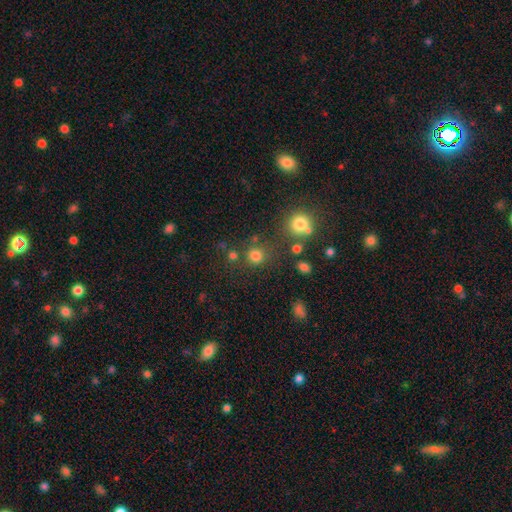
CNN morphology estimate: Smooth or featured? smooth (78%)
How rounded? round (90%)
Merging? none (76%)